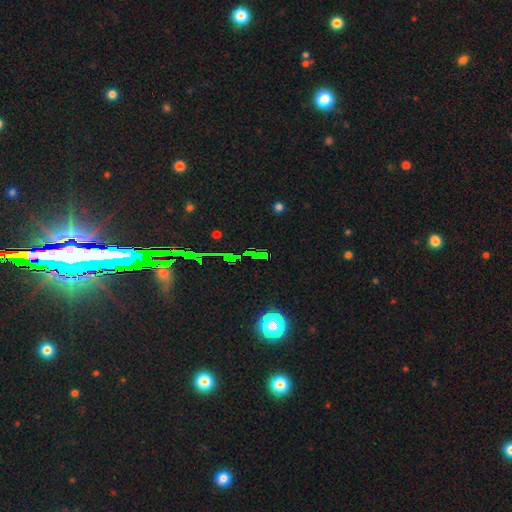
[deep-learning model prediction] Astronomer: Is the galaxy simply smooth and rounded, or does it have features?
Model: star or artifact — 72%.